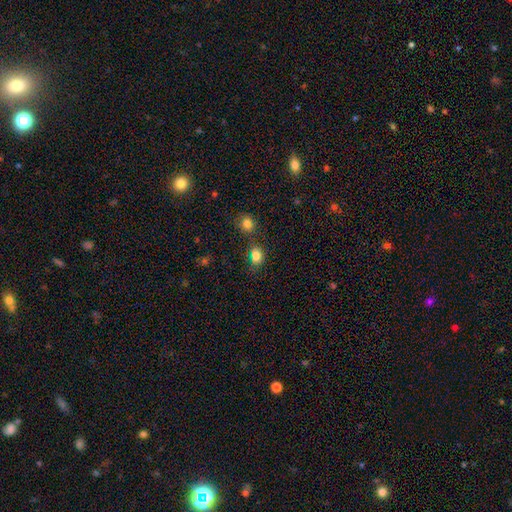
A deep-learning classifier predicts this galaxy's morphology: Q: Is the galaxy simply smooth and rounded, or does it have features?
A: smooth — 83%.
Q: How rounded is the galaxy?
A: in between — 55%.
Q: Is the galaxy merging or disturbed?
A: none — 62%.